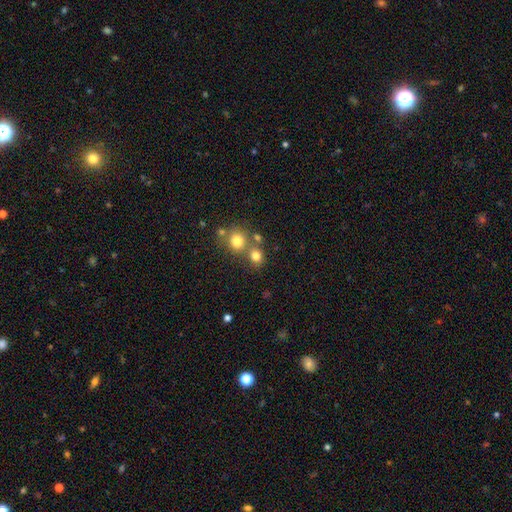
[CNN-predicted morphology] A smooth galaxy with no disk features (76%) that is round (80%). Merging: none (59%).